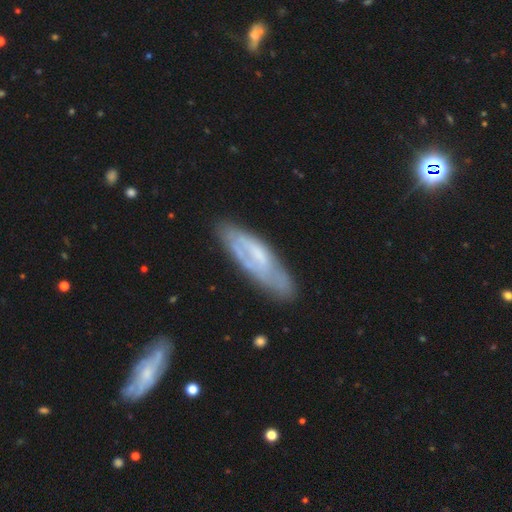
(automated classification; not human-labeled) The model was most divided on "smooth or featured": featured or disk: 57%, smooth: 36%, star or artifact: 7%. More confident: edge-on disk — no (69%); merging — none (67%).